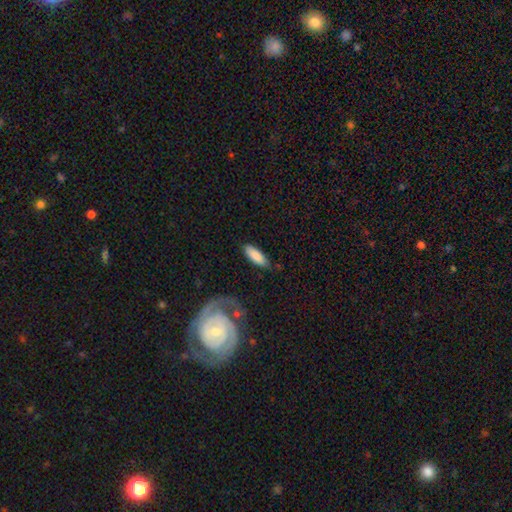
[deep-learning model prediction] Overall: smooth (83%). How rounded: in between (59%; cigar-shaped 40%). Merging: none (76%).